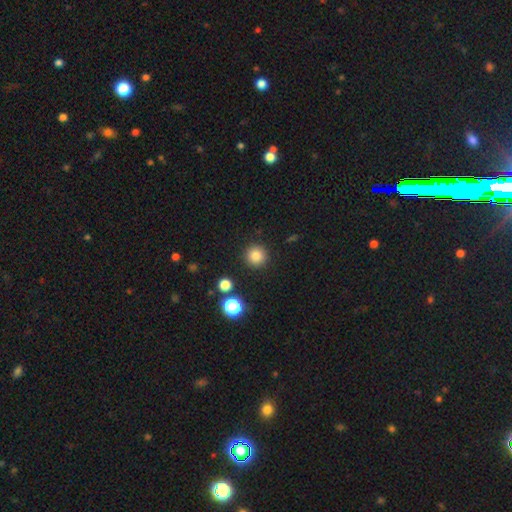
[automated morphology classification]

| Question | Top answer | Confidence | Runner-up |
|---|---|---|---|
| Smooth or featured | smooth | 83% | star or artifact (12%) |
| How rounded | round | 95% | in between (4%) |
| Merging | none | 91% | minor disturbance (5%) |